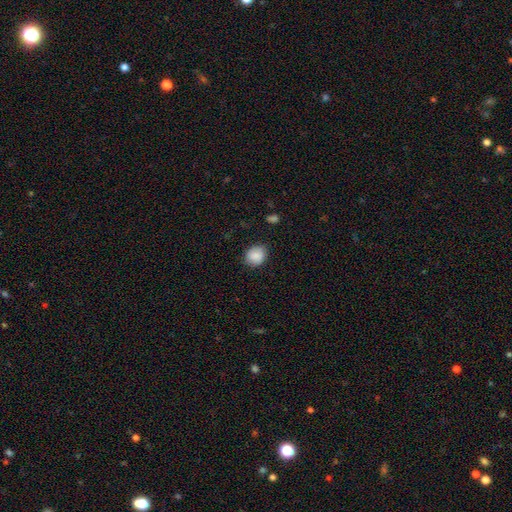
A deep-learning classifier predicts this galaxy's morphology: type=smooth (87%); roundness=round (68%); merging=none (83%).